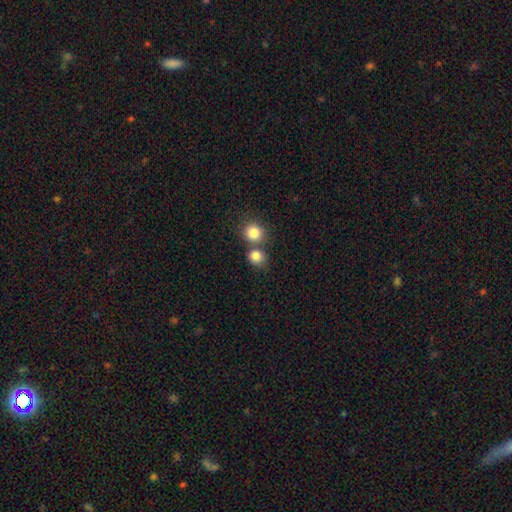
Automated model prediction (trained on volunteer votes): smooth-or-featured: smooth: 83% | star or artifact: 10% | featured or disk: 6%
  how-rounded: round: 77% | in between: 22% | cigar-shaped: 1%
  merging: none: 51% | merger: 38% | minor disturbance: 8% | major disturbance: 3%